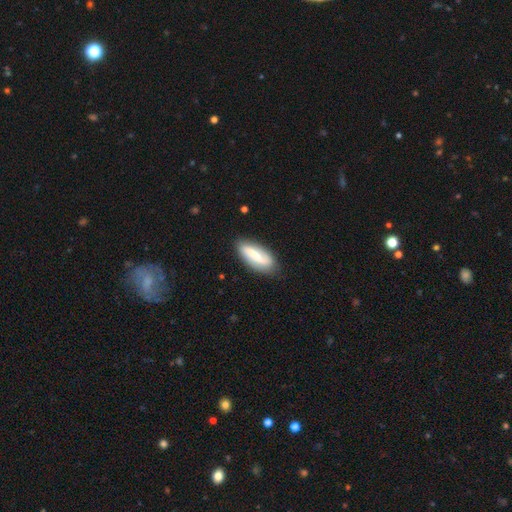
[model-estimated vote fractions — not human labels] A smooth galaxy with no disk features (55%) that is in between round and cigar-shaped (71%). Merging: none (79%).